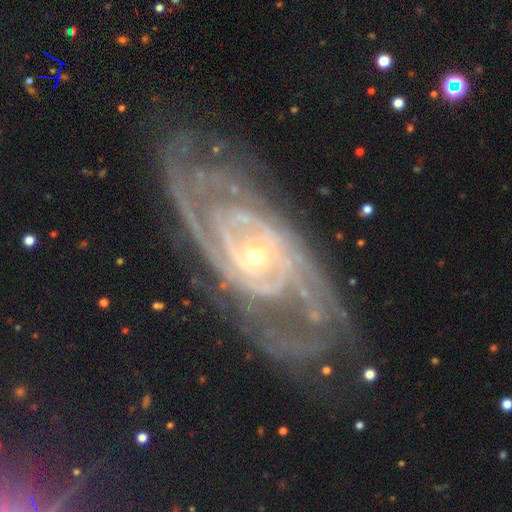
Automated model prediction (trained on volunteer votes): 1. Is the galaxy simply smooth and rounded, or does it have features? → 89% featured or disk, 7% star or artifact, 4% smooth.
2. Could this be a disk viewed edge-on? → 93% no, 7% yes.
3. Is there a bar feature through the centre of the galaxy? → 63% no, 25% weak, 12% strong.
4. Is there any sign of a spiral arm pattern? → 97% yes, 3% no.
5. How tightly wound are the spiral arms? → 64% tight, 30% medium, 7% loose.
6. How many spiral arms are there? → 37% 2, 25% can't tell, 14% 3, 9% 4, 8% more than 4, 7% 1.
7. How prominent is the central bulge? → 69% small, 28% moderate, 2% large, 1% none, 1% dominant.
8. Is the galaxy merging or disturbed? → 73% none, 16% minor disturbance, 9% major disturbance, 2% merger.